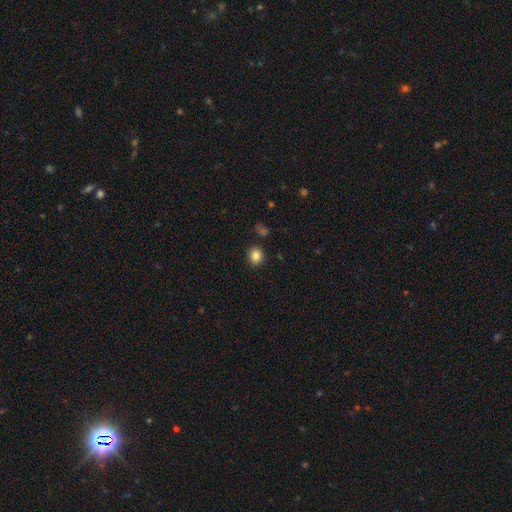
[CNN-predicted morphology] Q: Smooth or featured?
A: smooth (84%); runner-up: star or artifact (11%)
Q: How rounded?
A: round (80%); runner-up: in between (19%)
Q: Merging?
A: none (88%); runner-up: minor disturbance (7%)